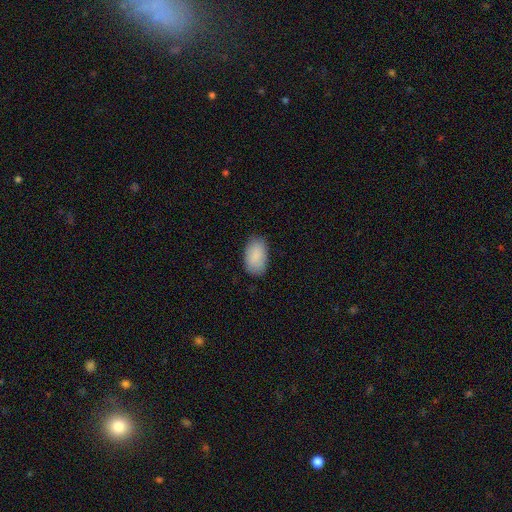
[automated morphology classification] This appears to be a smooth galaxy with no disk features (89%) that is in between round and cigar-shaped (94%). Merging: none (81%).